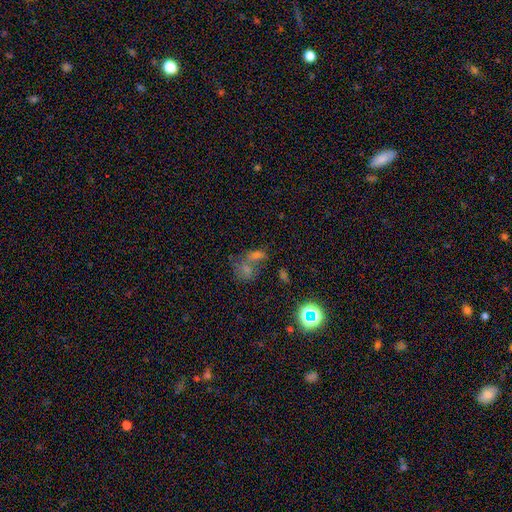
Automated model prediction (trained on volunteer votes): This appears to be a smooth galaxy with no disk features (46%). Merging: merger (54%).